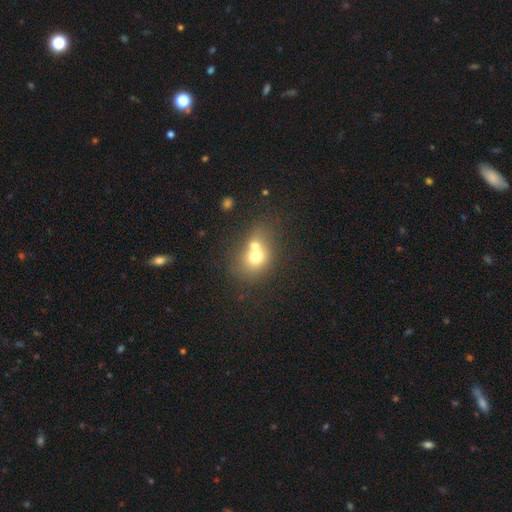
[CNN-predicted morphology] This is likely a smooth galaxy (65%). How rounded: possibly round (59%). Merging: likely merger (64%).